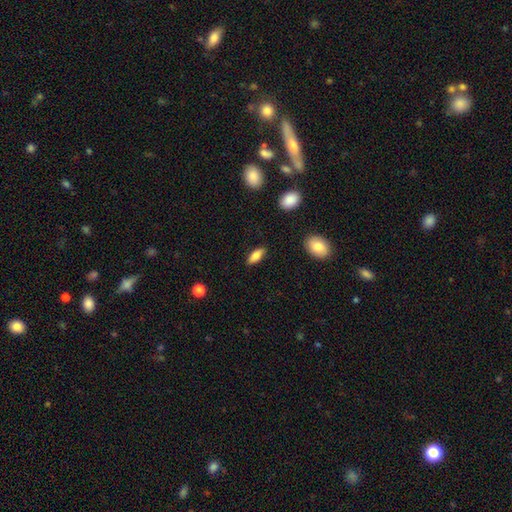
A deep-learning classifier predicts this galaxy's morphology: Smooth or featured?
  - smooth: 79% *
  - featured or disk: 14%
  - star or artifact: 7%
How rounded?
  - in between: 77% *
  - cigar-shaped: 20%
  - round: 3%
Merging?
  - none: 86% *
  - minor disturbance: 10%
  - major disturbance: 2%
  - merger: 1%